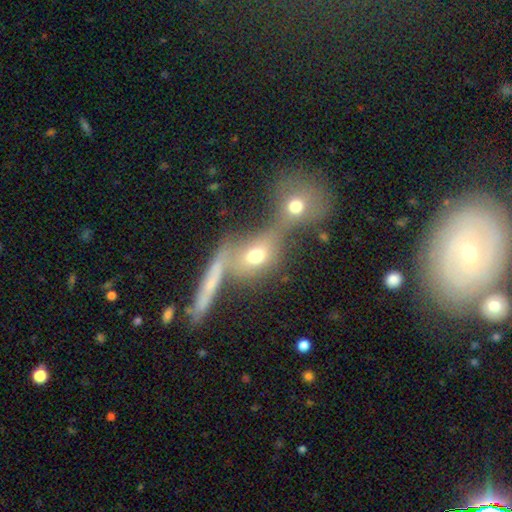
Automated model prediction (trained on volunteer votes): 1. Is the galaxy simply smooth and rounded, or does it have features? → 64% smooth, 21% featured or disk, 15% star or artifact.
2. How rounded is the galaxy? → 46% in between, 43% round, 11% cigar-shaped.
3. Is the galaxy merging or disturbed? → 49% merger, 35% none, 9% minor disturbance, 8% major disturbance.